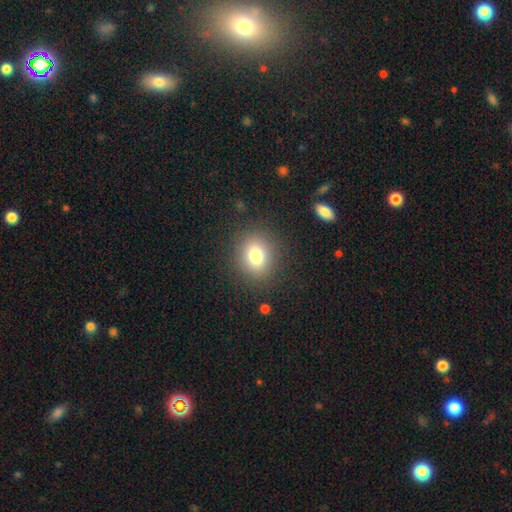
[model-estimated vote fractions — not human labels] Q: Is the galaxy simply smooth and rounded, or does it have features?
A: smooth — 79%.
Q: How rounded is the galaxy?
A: round — 66%.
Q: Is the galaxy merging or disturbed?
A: none — 86%.